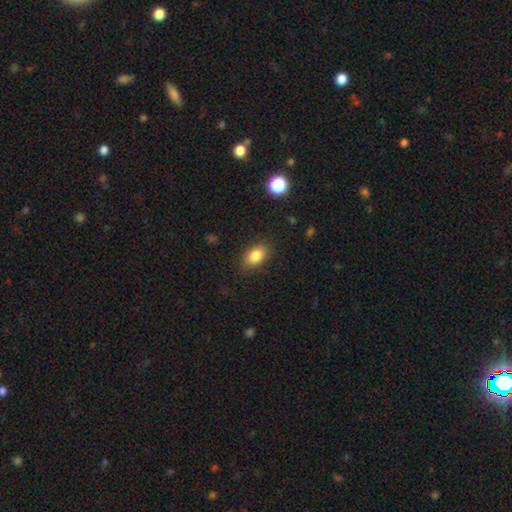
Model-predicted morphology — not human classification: smooth-or-featured: smooth: 84% | star or artifact: 9% | featured or disk: 7%
  how-rounded: in between: 85% | round: 13% | cigar-shaped: 2%
  merging: none: 85% | minor disturbance: 11% | major disturbance: 3% | merger: 1%